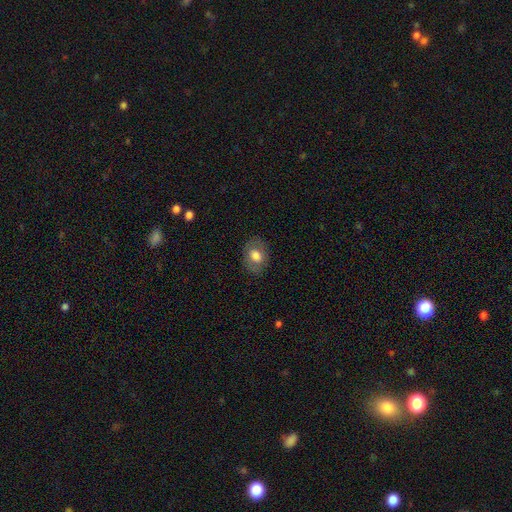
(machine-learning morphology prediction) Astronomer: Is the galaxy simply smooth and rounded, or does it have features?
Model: smooth — 69%.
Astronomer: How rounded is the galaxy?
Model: in between — 66%.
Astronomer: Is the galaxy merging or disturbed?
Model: none — 80%.